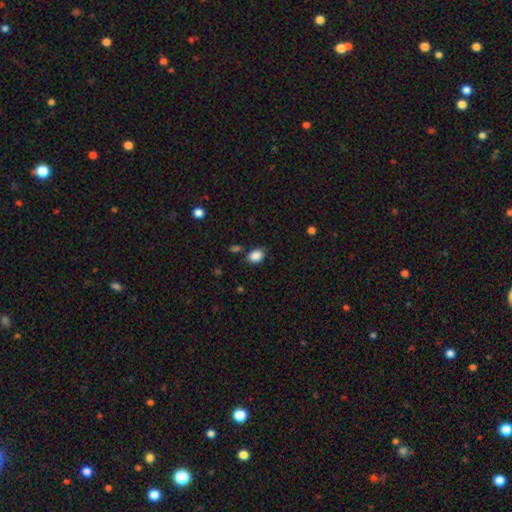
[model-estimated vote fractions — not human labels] smooth-or-featured: smooth: 87% | star or artifact: 9% | featured or disk: 4%
  how-rounded: in between: 68% | round: 31% | cigar-shaped: 1%
  merging: none: 80% | minor disturbance: 13% | merger: 4% | major disturbance: 3%